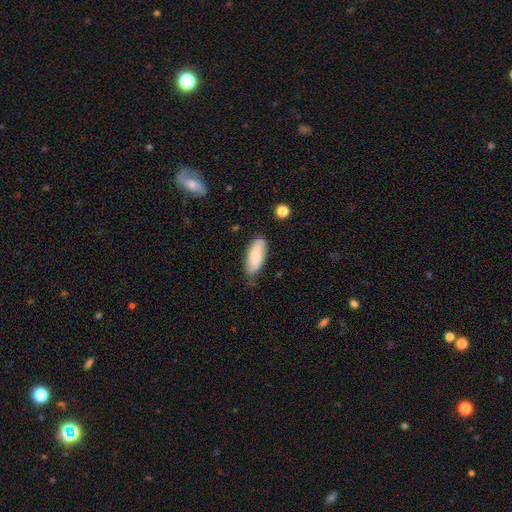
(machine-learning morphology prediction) Overall: smooth (74%). How rounded: in between (79%). Merging: none (68%).